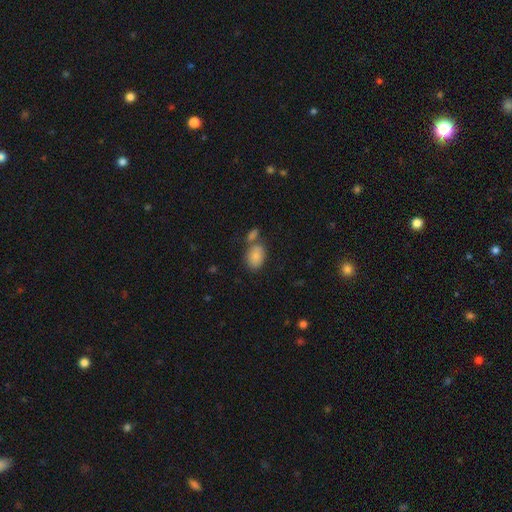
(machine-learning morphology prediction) Smooth or featured? Predicted: smooth (p=0.82). How rounded? Predicted: in between (p=0.80). Merging? Predicted: none (p=0.54).